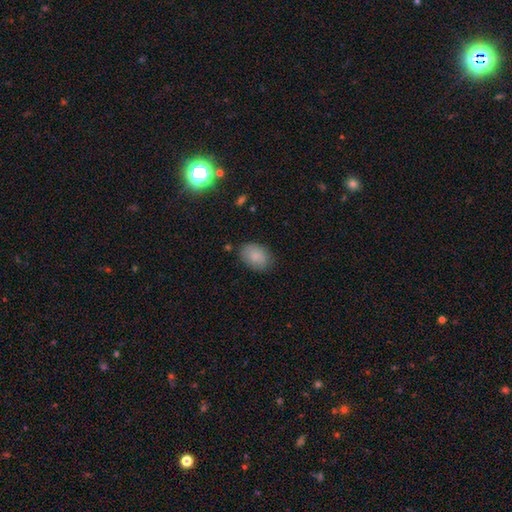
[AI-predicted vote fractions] smooth 85%, featured or disk 8%, star or artifact 8%. Down the decision tree: how rounded — in between (80%); merging — none (80%).